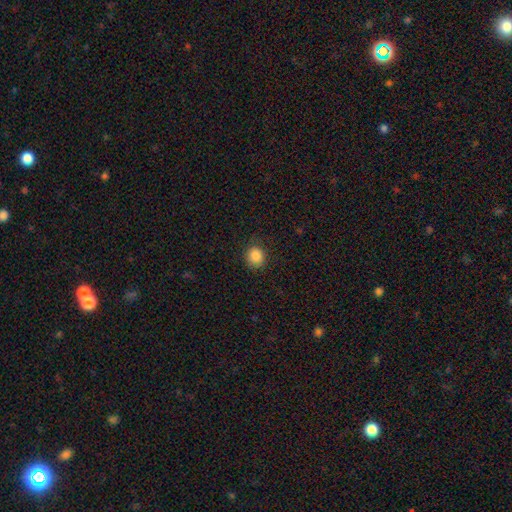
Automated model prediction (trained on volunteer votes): smooth_or_featured: smooth (p=0.86) [alt: star or artifact p=0.10]
how_rounded: round (p=0.85) [alt: in between p=0.14]
merging: none (p=0.85) [alt: minor disturbance p=0.11]